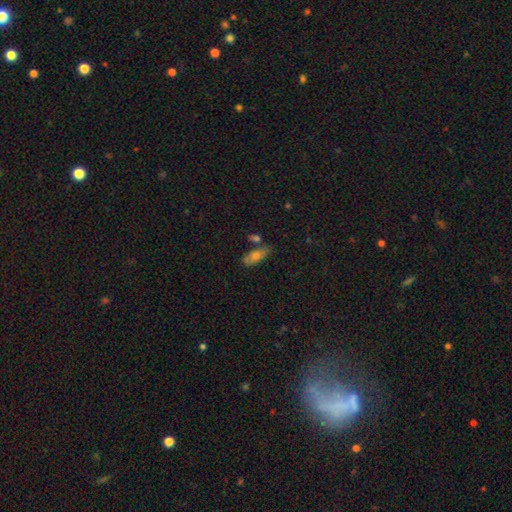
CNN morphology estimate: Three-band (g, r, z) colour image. It shows a smooth galaxy with no disk features (62%) that is in between round and cigar-shaped (77%). Merging: none (63%).